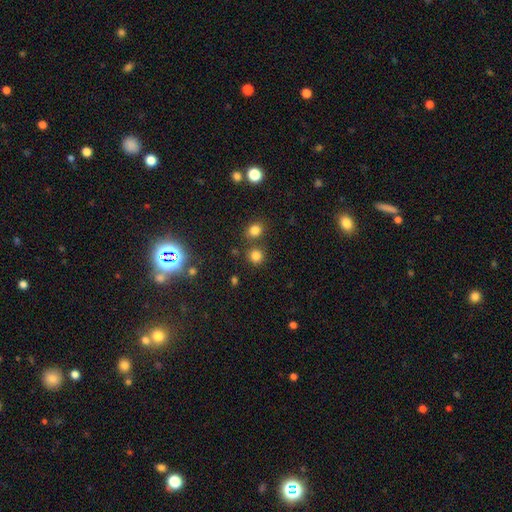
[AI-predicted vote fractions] Overall: smooth (78%). How rounded: round (88%). Merging: none (73%).